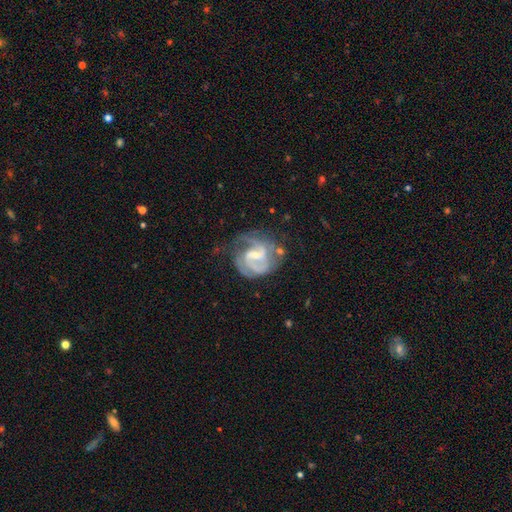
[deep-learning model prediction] featured or disk 86%, smooth 8%, star or artifact 6%. Down the decision tree: edge-on disk — no (98%); bar — weak (56%); spiral arms — yes (94%); spiral arm count — 2 (62%); spiral winding — medium (49%); bulge size — small (55%); merging — none (55%).